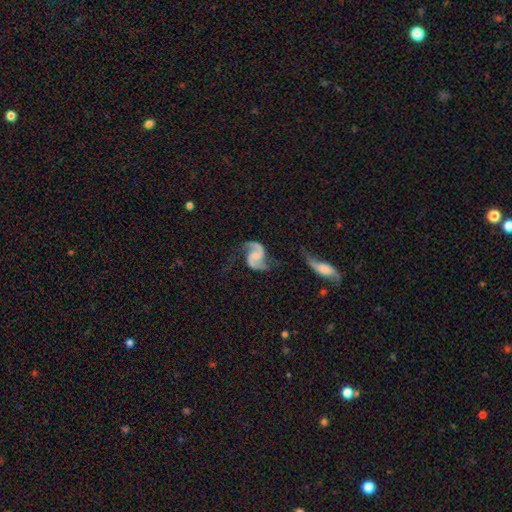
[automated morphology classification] Smooth or featured? featured or disk (92%)
Edge-on disk? no (98%)
Bar? no (51%)
Spiral arms? yes (98%)
Spiral winding? loose (46%)
Spiral arm count? 2 (94%)
Bulge size? small (39%)
Merging? none (67%)